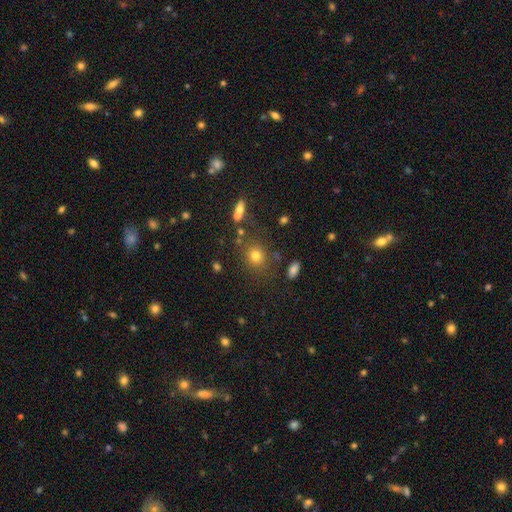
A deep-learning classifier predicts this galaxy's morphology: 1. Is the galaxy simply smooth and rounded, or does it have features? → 75% smooth, 15% star or artifact, 10% featured or disk.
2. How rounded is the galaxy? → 77% round, 22% in between, 1% cigar-shaped.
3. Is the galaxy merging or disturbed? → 75% none, 12% minor disturbance, 7% merger, 6% major disturbance.